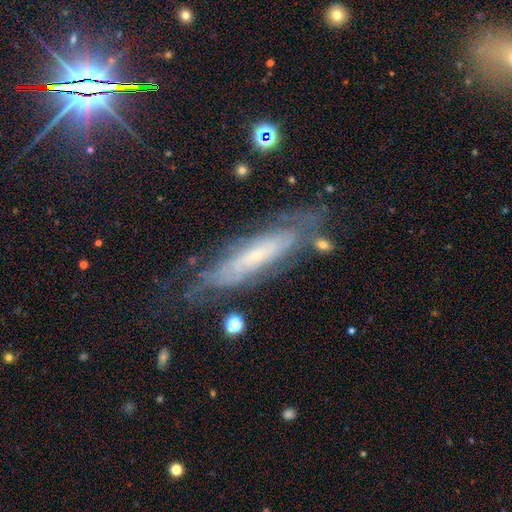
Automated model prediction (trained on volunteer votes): smooth_or_featured: featured or disk (p=0.71) [alt: smooth p=0.20]
disk_edge_on: no (p=0.65) [alt: yes p=0.35]
merging: none (p=0.69) [alt: minor disturbance p=0.19]